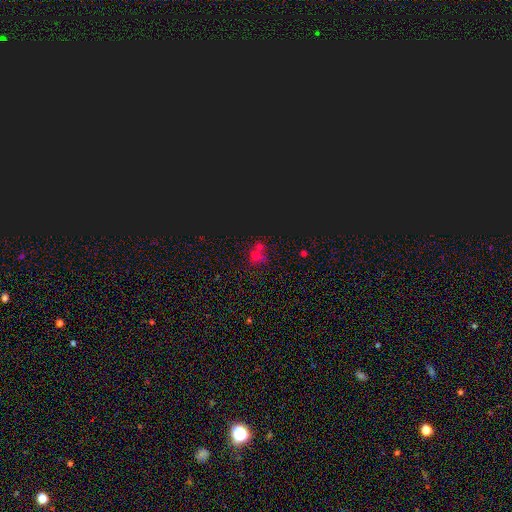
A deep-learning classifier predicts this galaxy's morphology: This appears to be a smooth galaxy with no disk features (49%). Merging: merger (46%).